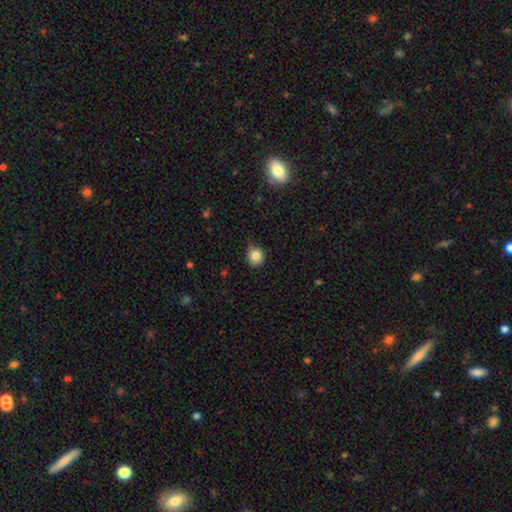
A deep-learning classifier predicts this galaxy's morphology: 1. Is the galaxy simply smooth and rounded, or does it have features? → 83% smooth, 11% star or artifact, 6% featured or disk.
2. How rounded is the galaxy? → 84% round, 15% in between, 1% cigar-shaped.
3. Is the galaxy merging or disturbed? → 66% none, 28% minor disturbance, 4% major disturbance, 2% merger.